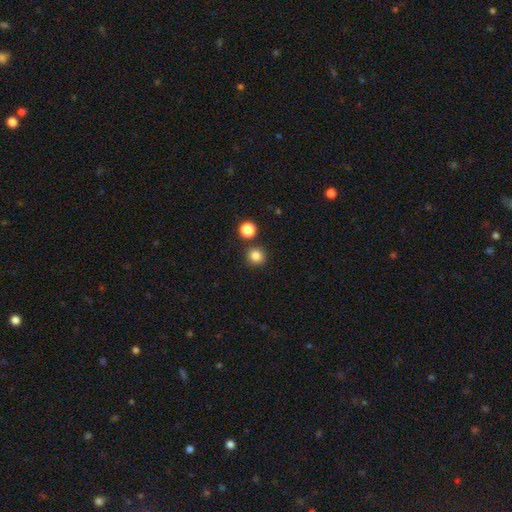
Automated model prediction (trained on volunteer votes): Smooth or featured: smooth — 84% (star or artifact — 12%)
How rounded: round — 93% (in between — 6%)
Merging: none — 85% (merger — 7%)